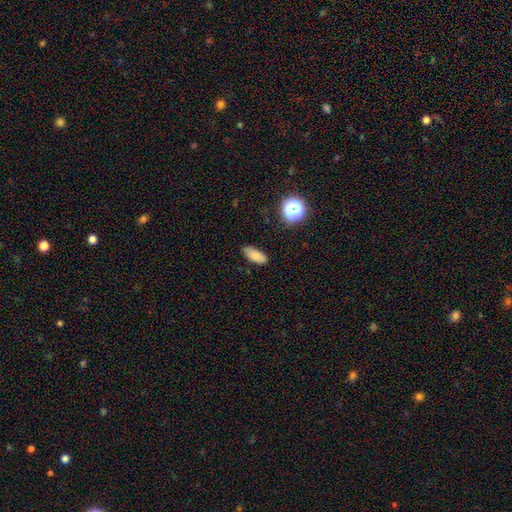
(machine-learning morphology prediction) Smooth or featured: smooth — 82% (star or artifact — 11%)
How rounded: in between — 81% (cigar-shaped — 15%)
Merging: none — 84% (minor disturbance — 12%)